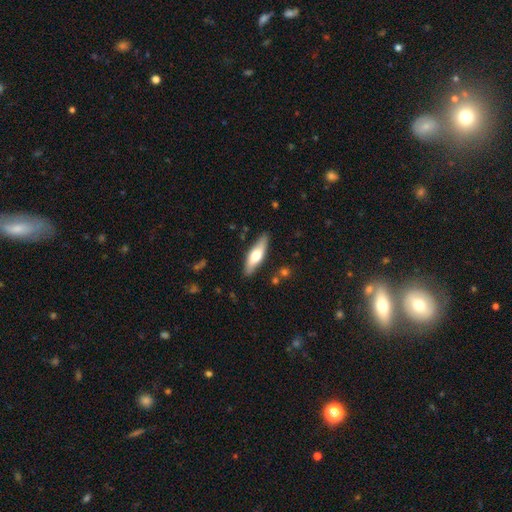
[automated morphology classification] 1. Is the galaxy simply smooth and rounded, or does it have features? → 54% smooth, 41% featured or disk, 5% star or artifact.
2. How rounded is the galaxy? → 54% cigar-shaped, 44% in between, 2% round.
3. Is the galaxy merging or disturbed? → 87% none, 10% minor disturbance, 2% major disturbance, 2% merger.